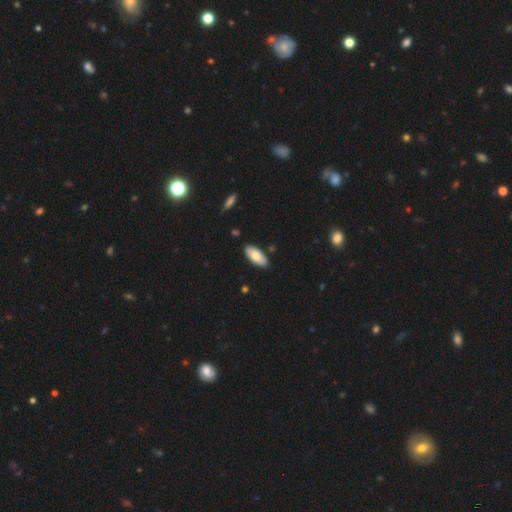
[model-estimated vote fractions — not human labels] Smooth or featured? Predicted: smooth (p=0.71). How rounded? Predicted: in between (p=0.91). Merging? Predicted: none (p=0.87).